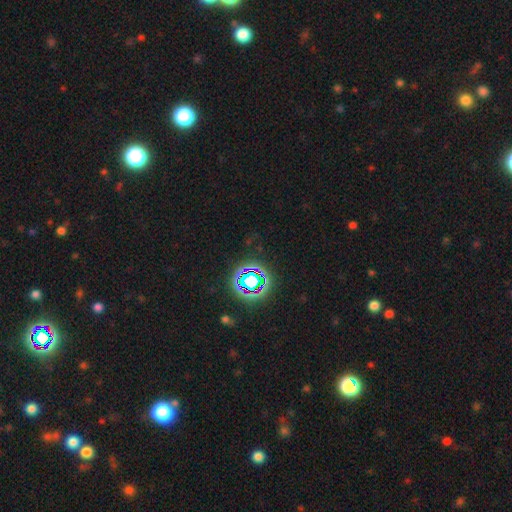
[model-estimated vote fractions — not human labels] star or artifact 79%, smooth 13%, featured or disk 8%.